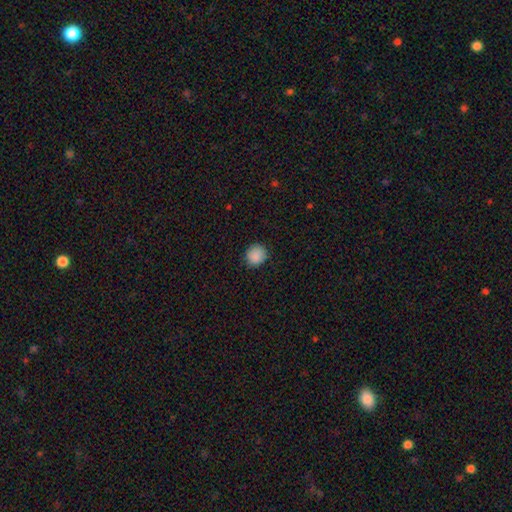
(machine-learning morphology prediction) A smooth galaxy with no disk features (89%) that is round (85%). Merging: none (88%).